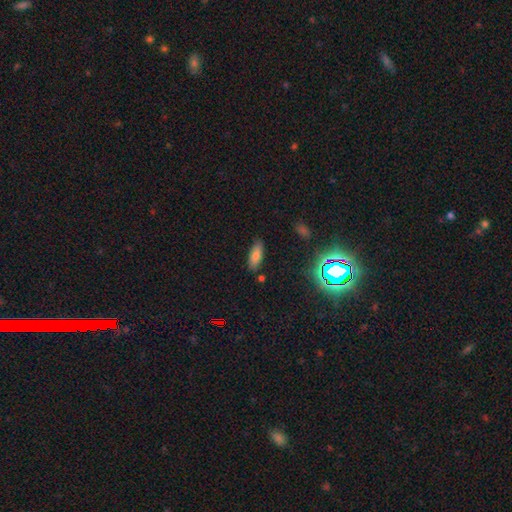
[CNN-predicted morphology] This appears to be a smooth galaxy with no disk features (75%) that is in between round and cigar-shaped (75%). Merging: none (84%).